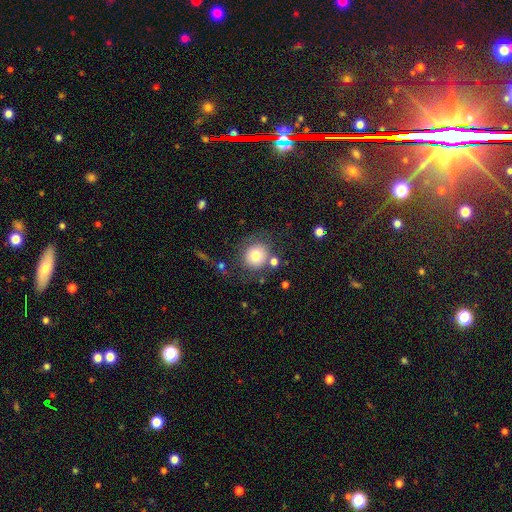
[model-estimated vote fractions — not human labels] Q: Smooth or featured?
A: smooth (77%); runner-up: featured or disk (13%)
Q: How rounded?
A: round (87%); runner-up: in between (12%)
Q: Merging?
A: none (69%); runner-up: minor disturbance (14%)